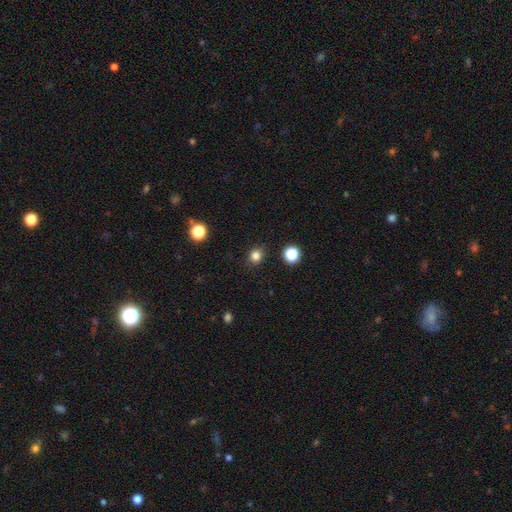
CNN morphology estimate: Smooth or featured?
  - smooth: 82% *
  - star or artifact: 14%
  - featured or disk: 4%
How rounded?
  - round: 74% *
  - in between: 26%
  - cigar-shaped: 1%
Merging?
  - none: 88% *
  - minor disturbance: 8%
  - major disturbance: 2%
  - merger: 2%